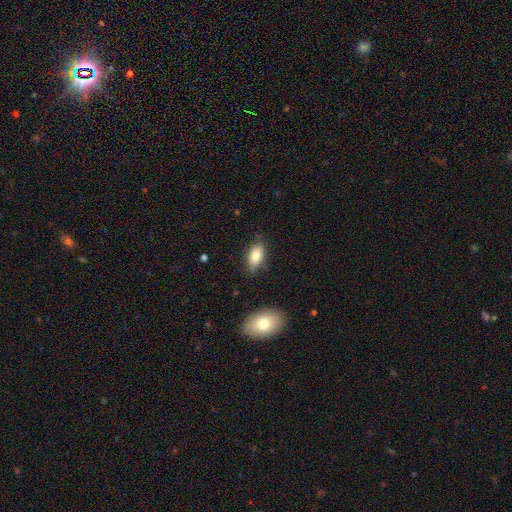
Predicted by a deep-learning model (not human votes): The model was most divided on "merging": none: 78%, minor disturbance: 16%, major disturbance: 3%, merger: 2%. More confident: how rounded — in between (90%); smooth or featured — smooth (81%).